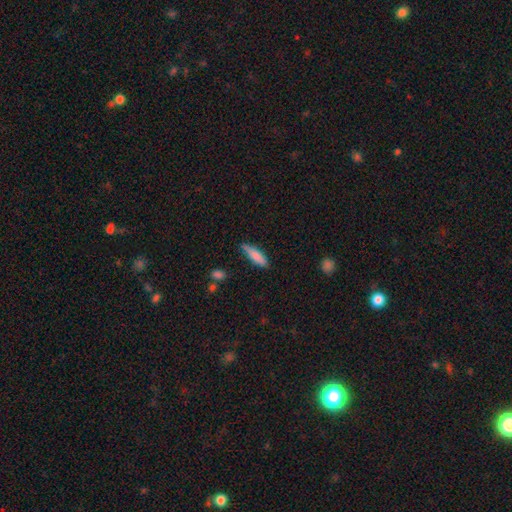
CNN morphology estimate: Overall: smooth (81%). How rounded: cigar-shaped (64%; in between 35%). Merging: none (72%).